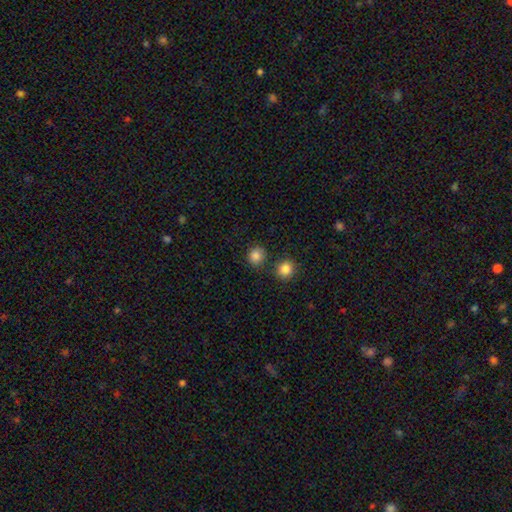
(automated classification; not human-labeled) smooth_or_featured: smooth (p=0.85) [alt: star or artifact p=0.11]
how_rounded: round (p=0.86) [alt: in between p=0.13]
merging: none (p=0.78) [alt: minor disturbance p=0.10]